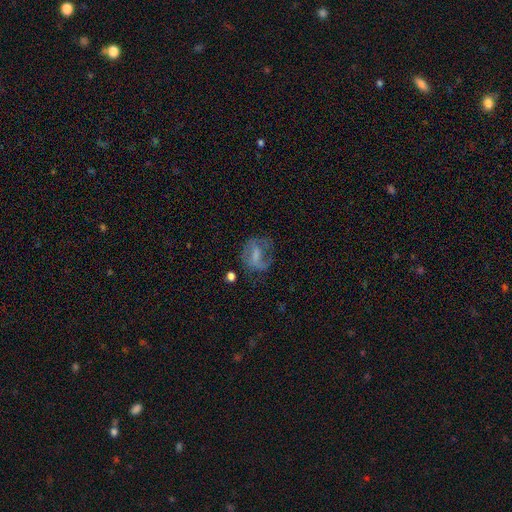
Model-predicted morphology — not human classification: The model was most divided on "bar": weak: 43%, no: 36%, strong: 21%. Remaining: edge-on disk — no (96%); spiral arms — yes (61%); smooth or featured — featured or disk (52%); merging — none (46%); bulge size — none (40%).